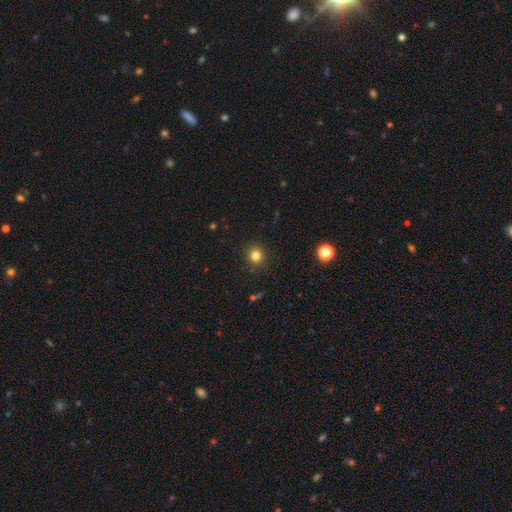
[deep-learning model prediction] This is clearly a smooth galaxy (81%). How rounded: clearly round (90%). Merging: clearly none (91%).